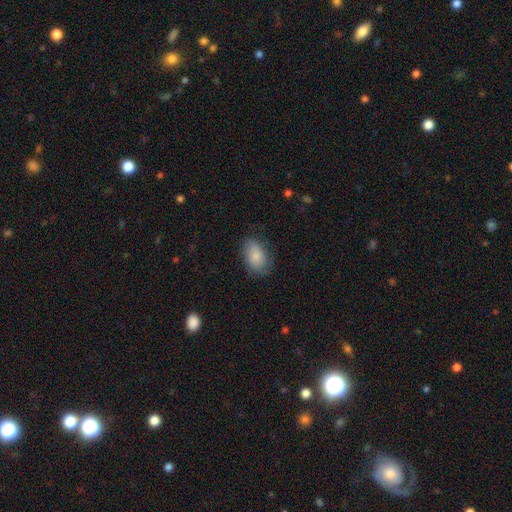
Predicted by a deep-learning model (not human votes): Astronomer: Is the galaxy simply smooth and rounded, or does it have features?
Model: smooth — 83%.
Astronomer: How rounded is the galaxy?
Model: in between — 90%.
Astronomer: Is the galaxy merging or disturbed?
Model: none — 72%.